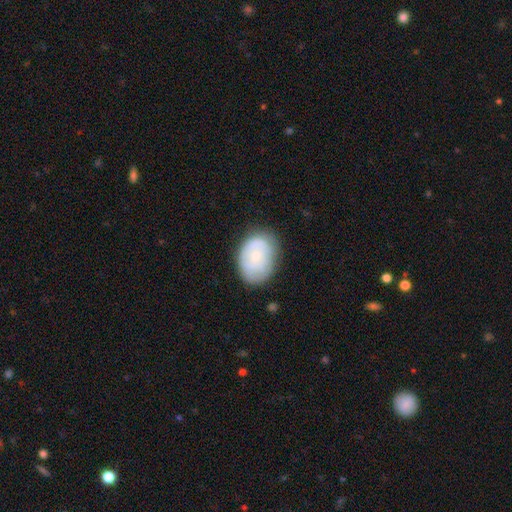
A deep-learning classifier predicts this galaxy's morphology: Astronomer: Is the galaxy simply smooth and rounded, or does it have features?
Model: smooth — 58% (runner-up: featured or disk, 35%).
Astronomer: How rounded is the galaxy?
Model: in between — 70%.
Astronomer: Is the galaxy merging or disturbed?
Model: none — 71%.